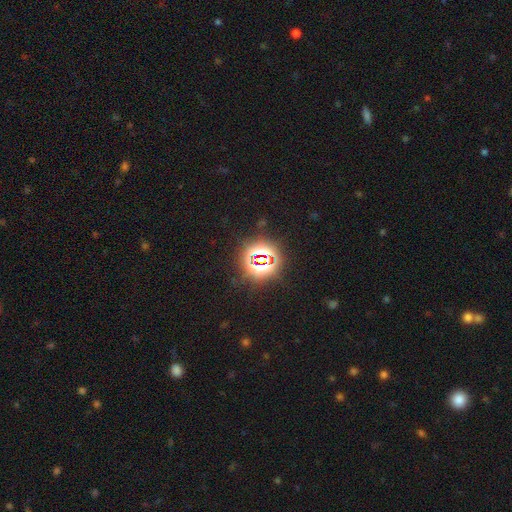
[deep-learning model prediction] This appears to be a star or artifact, not a galaxy (76%).